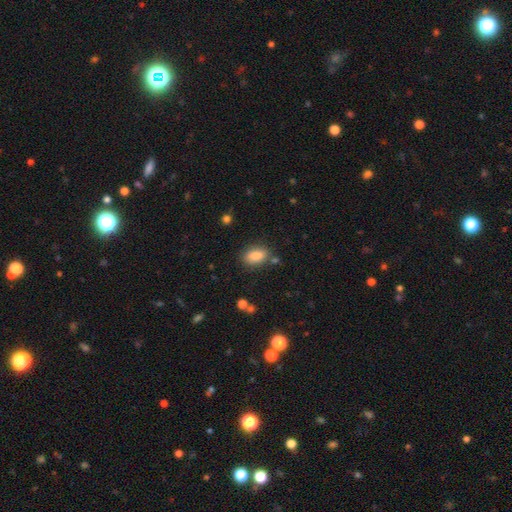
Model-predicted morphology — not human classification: Overall: smooth (86%). How rounded: in between (87%). Merging: none (78%).